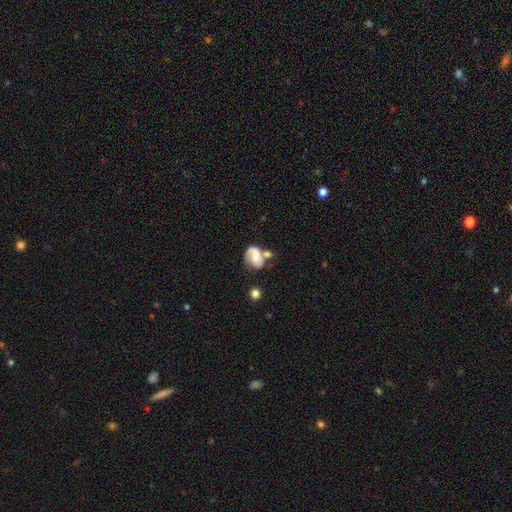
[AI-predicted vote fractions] Smooth or featured? featured or disk (57%)
Edge-on disk? no (97%)
Bar? no (41%)
Spiral arms? yes (84%)
Bulge size? moderate (32%)
Merging? none (39%)